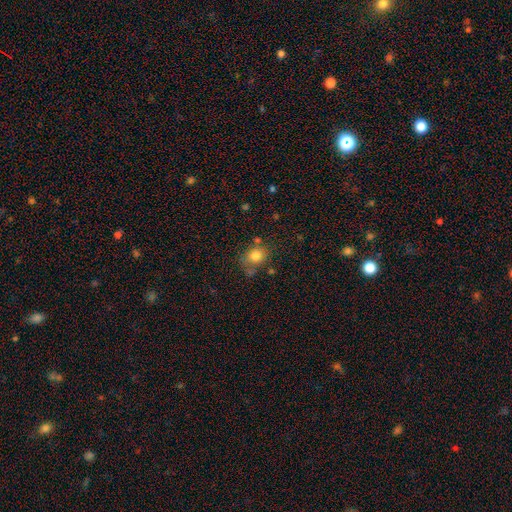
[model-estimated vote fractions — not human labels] Smooth or featured? Predicted: smooth (p=0.80). How rounded? Predicted: round (p=0.55). Merging? Predicted: none (p=0.60).